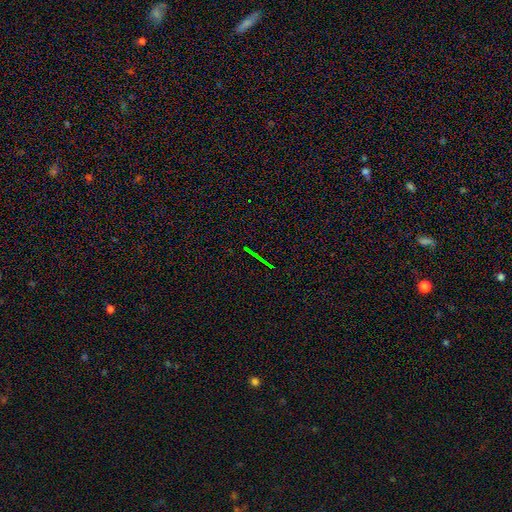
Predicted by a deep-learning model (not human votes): smooth-or-featured: star or artifact: 69% | featured or disk: 19% | smooth: 13%